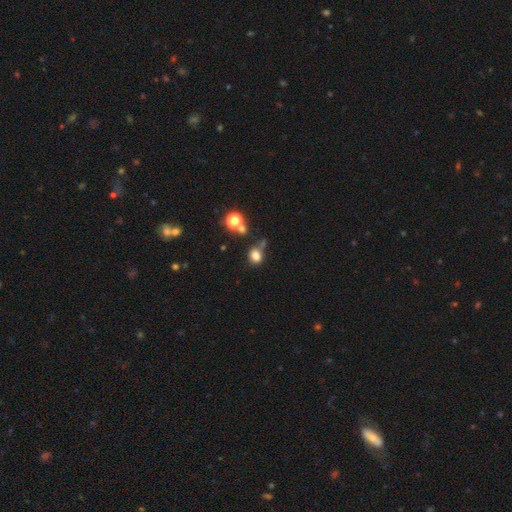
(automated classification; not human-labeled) smooth-or-featured: smooth: 78% | star or artifact: 15% | featured or disk: 8%
  how-rounded: round: 61% | in between: 38% | cigar-shaped: 1%
  merging: none: 55% | minor disturbance: 19% | merger: 17% | major disturbance: 9%